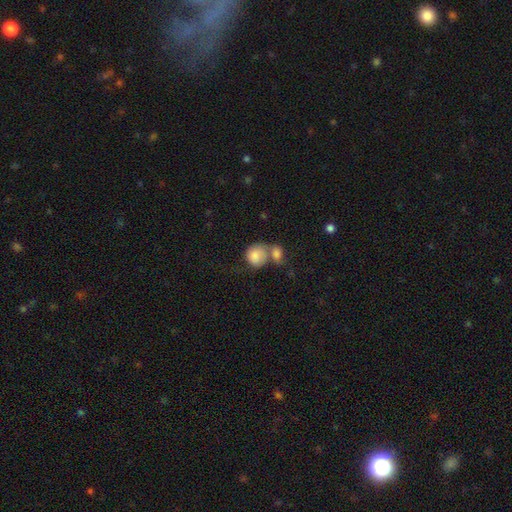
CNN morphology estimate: This appears to be a smooth galaxy with no disk features (82%) that is round (71%). Merging: merger (61%).